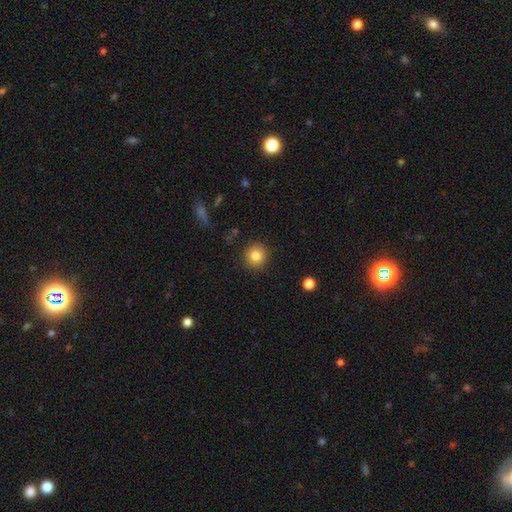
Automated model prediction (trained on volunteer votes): This is clearly a smooth galaxy (82%). How rounded: clearly round (92%). Merging: clearly none (89%).